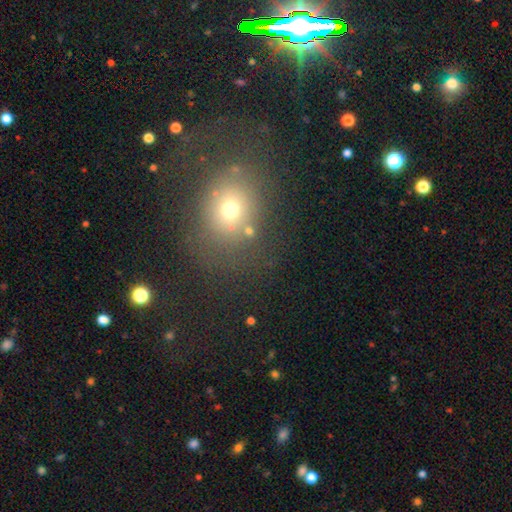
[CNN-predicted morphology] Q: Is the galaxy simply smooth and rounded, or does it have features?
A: smooth — 53%.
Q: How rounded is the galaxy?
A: round — 60%.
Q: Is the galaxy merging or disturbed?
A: none — 74%.